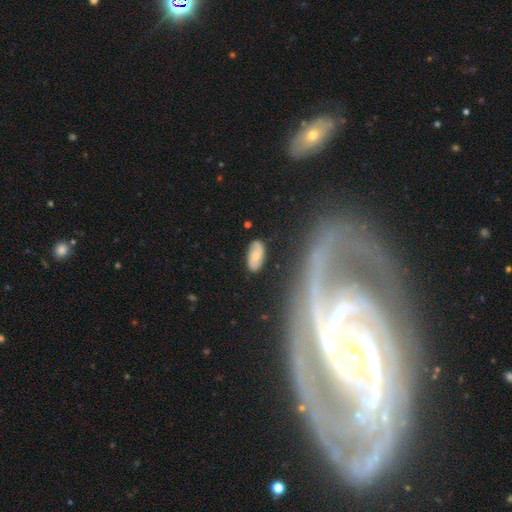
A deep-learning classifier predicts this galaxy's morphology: Smooth or featured? smooth (51%)
How rounded? in between (91%)
Merging? none (78%)